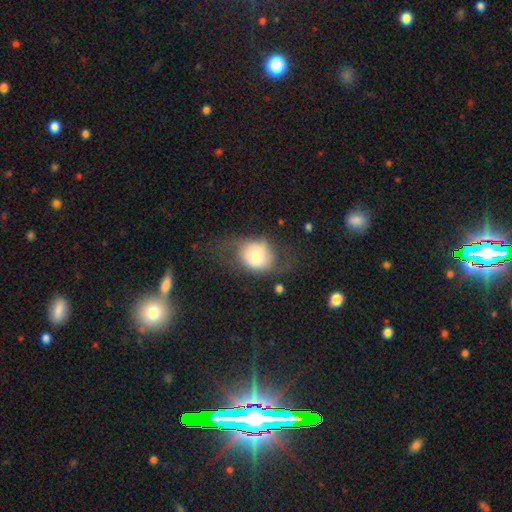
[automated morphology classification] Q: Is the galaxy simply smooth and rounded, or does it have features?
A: smooth — 62%.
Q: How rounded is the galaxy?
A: round — 59%.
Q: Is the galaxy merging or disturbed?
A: none — 46%.